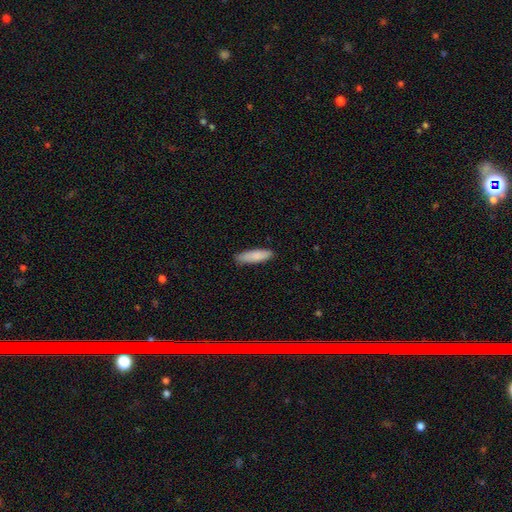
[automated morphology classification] smooth 87%, featured or disk 8%, star or artifact 6%. Down the decision tree: how rounded — cigar-shaped (67%); merging — none (84%).